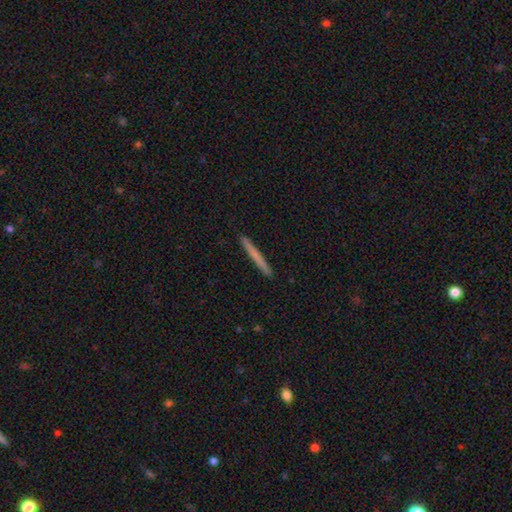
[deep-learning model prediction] smooth 66%, featured or disk 28%, star or artifact 6%. Down the decision tree: how rounded — cigar-shaped (97%); merging — none (93%).